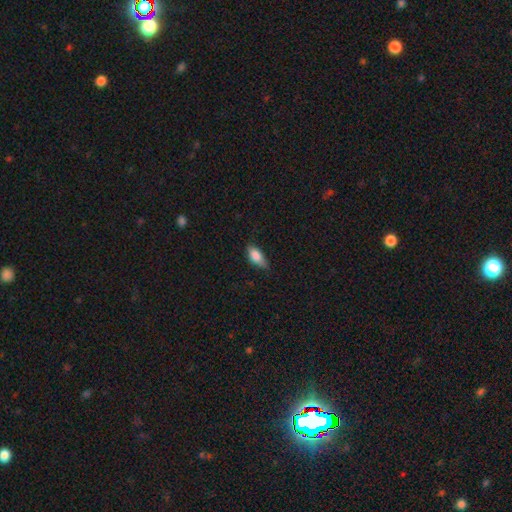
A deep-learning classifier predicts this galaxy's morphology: Smooth or featured? Predicted: smooth (p=0.82). How rounded? Predicted: in between (p=0.84). Merging? Predicted: none (p=0.67).